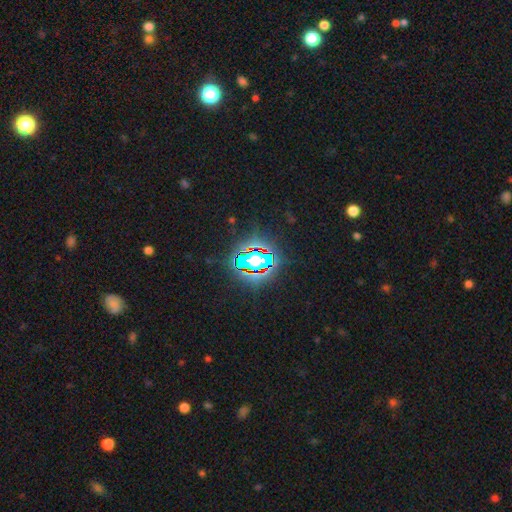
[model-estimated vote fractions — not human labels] Smooth or featured? star or artifact (75%)